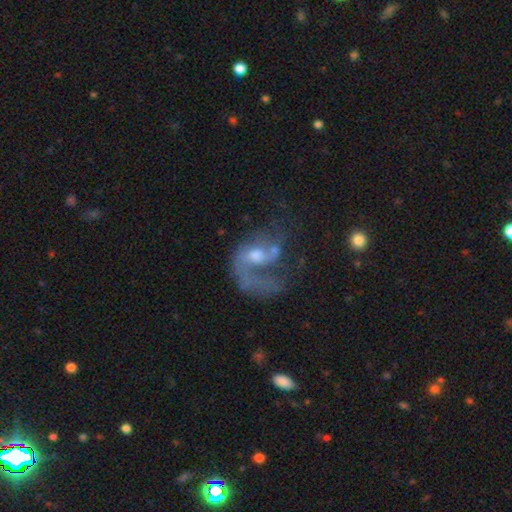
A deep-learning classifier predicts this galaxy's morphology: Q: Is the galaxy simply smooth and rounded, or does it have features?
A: featured or disk — 74%.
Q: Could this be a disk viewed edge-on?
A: no — 97%.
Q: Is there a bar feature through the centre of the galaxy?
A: no — 63%.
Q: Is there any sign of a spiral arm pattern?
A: yes — 83%.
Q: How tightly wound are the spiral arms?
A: loose — 62%.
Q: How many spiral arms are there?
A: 1 — 69%.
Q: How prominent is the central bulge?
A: moderate — 58%.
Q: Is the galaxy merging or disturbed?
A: major disturbance — 47%.